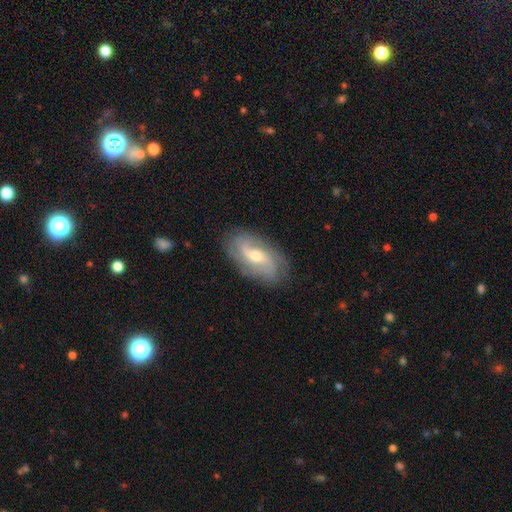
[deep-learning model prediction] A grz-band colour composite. It shows a featured or disk galaxy (79%) with no bar (45%), 2 (49%) medium (42%) spiral arms (93%) and a moderate central bulge (55%). Merging: none (81%).